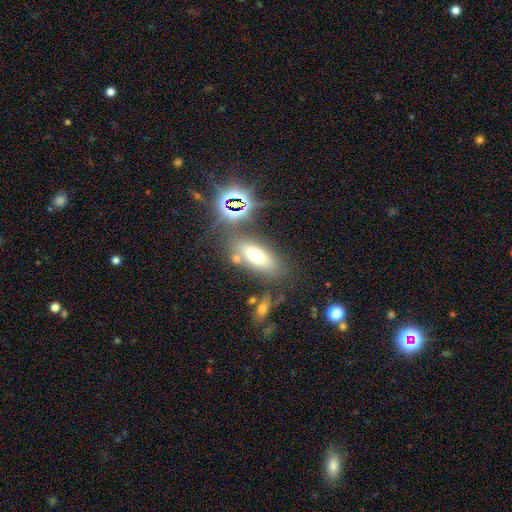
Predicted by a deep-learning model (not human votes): Morphology: type=smooth (60%); roundness=in between (72%); merging=none (70%).